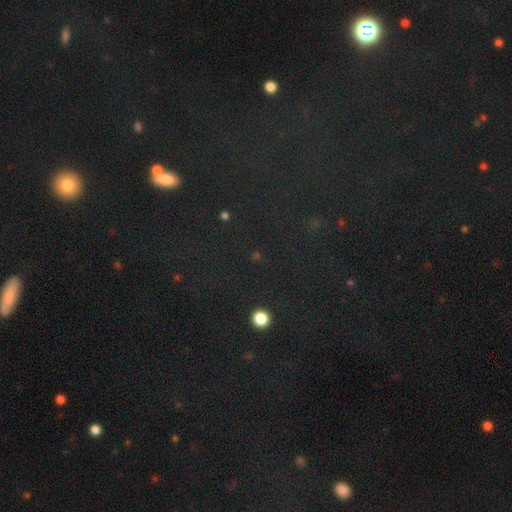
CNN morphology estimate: Smooth or featured? star or artifact (70%)